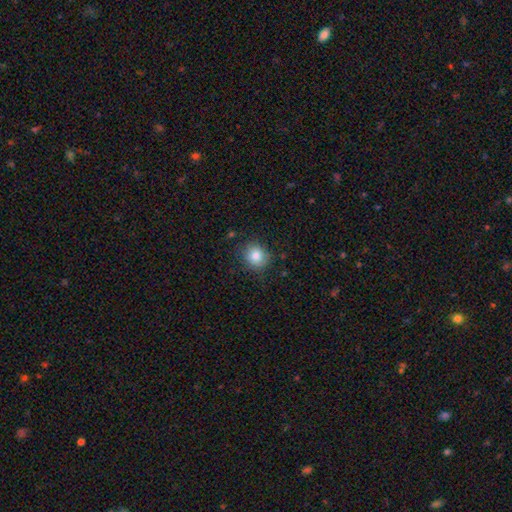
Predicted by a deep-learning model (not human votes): Overall: smooth (83%). How rounded: round (81%). Merging: none (82%).